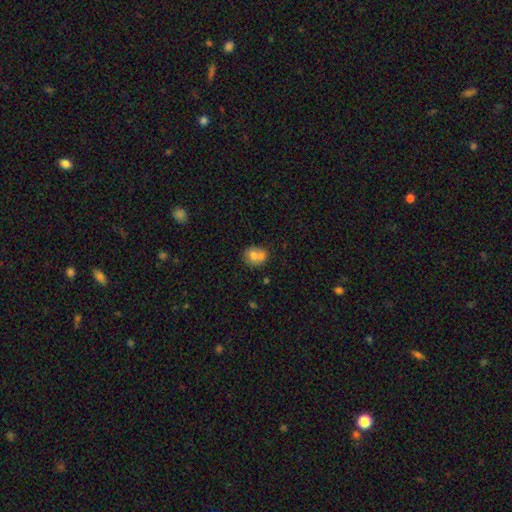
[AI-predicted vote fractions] Overall: smooth (69%). How rounded: round (69%; in between 30%). Merging: merger (53%; none 35%).